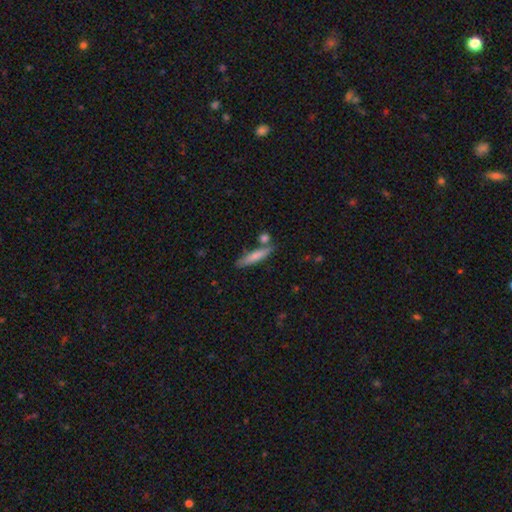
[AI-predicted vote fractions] The model was most divided on "smooth or featured": smooth: 76%, featured or disk: 18%, star or artifact: 6%. More confident: how rounded — cigar-shaped (85%); merging — none (72%).